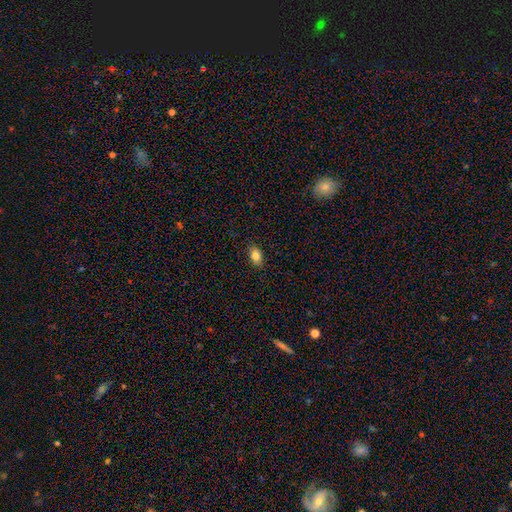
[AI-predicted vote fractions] Smooth or featured? smooth (83%)
How rounded? in between (84%)
Merging? none (87%)